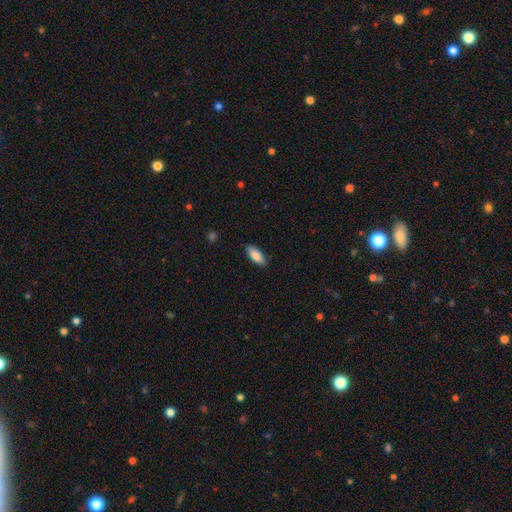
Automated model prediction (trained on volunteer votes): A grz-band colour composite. It shows a smooth galaxy with no disk features (84%) that is in between round and cigar-shaped (79%). Merging: none (87%).